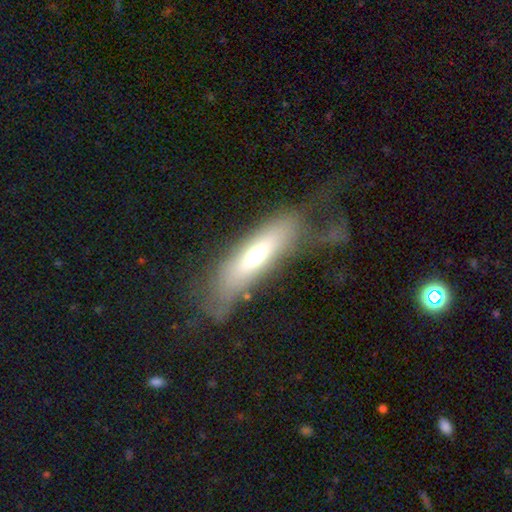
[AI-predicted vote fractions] Morphology: type=smooth (54%); roundness=cigar-shaped (52%); merging=none (42%).